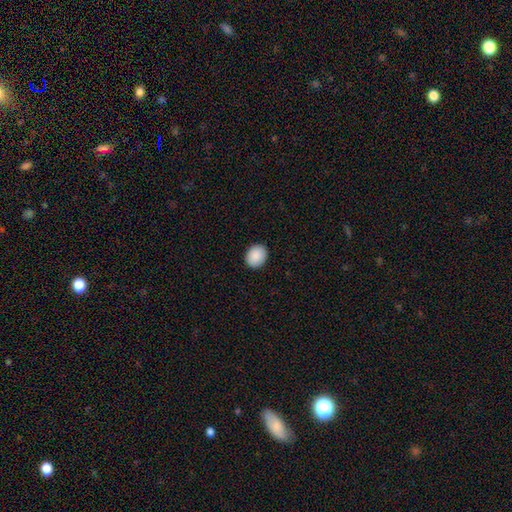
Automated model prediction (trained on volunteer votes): smooth_or_featured: smooth (p=0.90) [alt: star or artifact p=0.07]
how_rounded: round (p=0.55) [alt: in between p=0.44]
merging: none (p=0.91) [alt: minor disturbance p=0.07]